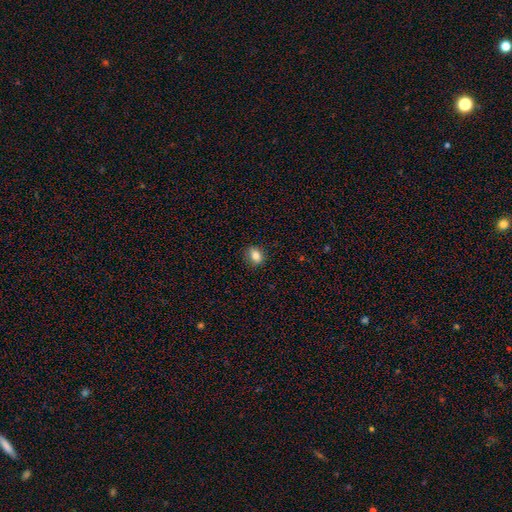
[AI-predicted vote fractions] Morphology: type=smooth (84%); roundness=in between (63%); merging=none (85%).